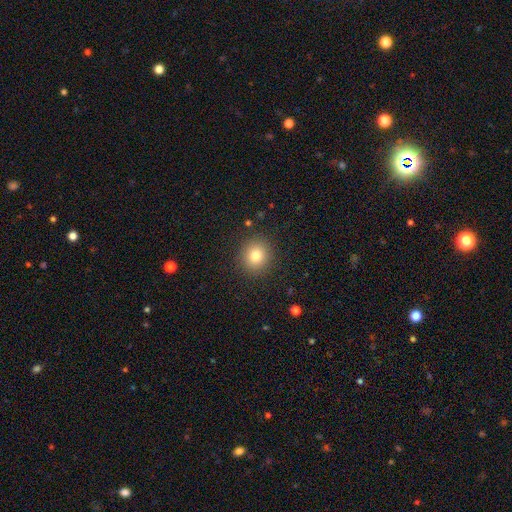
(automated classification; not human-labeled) This is likely a smooth galaxy (80%). How rounded: clearly round (85%). Merging: clearly none (89%).